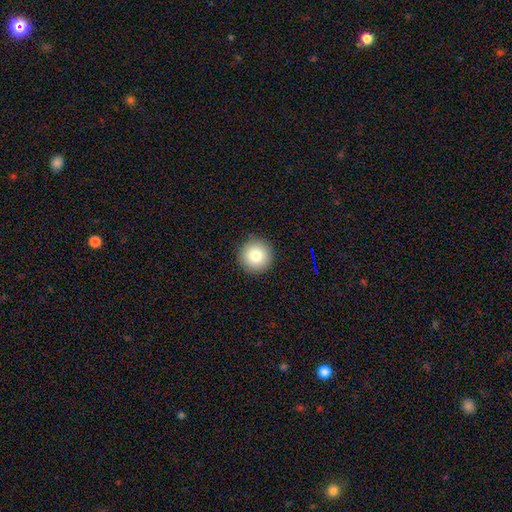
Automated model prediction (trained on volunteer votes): Smooth or featured: smooth — 82% (star or artifact — 10%)
How rounded: round — 96% (in between — 3%)
Merging: none — 92% (minor disturbance — 5%)